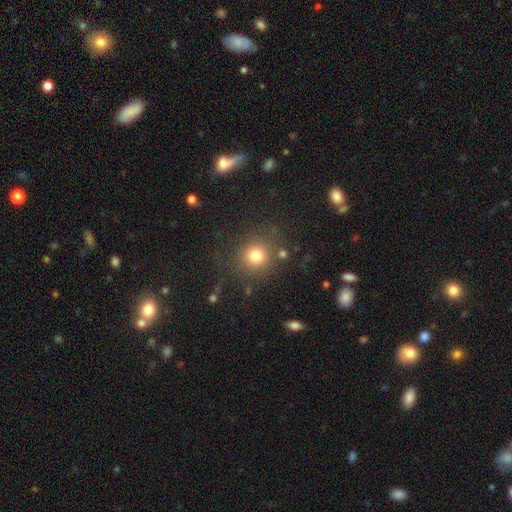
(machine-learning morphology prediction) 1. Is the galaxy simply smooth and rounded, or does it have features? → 77% smooth, 15% star or artifact, 8% featured or disk.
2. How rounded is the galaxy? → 90% round, 9% in between, 1% cigar-shaped.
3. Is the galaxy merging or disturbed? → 80% none, 10% minor disturbance, 5% major disturbance, 4% merger.